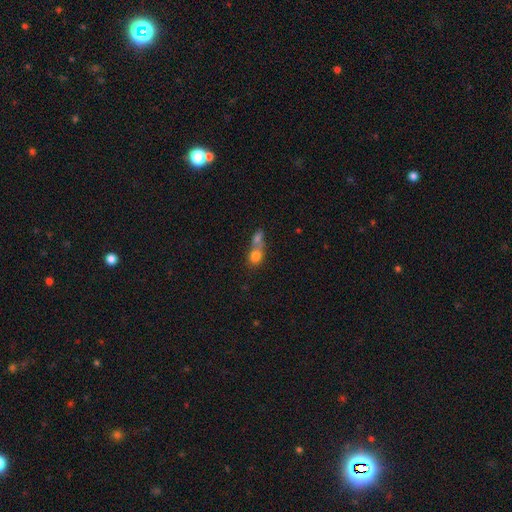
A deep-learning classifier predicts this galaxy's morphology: A smooth galaxy with no disk features (74%) that is round (57%). Merging: merger (71%).